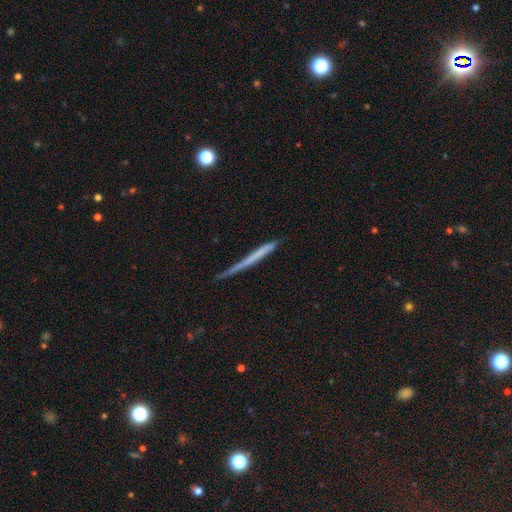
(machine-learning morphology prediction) A smooth galaxy with no disk features (50%). Merging: none (79%).